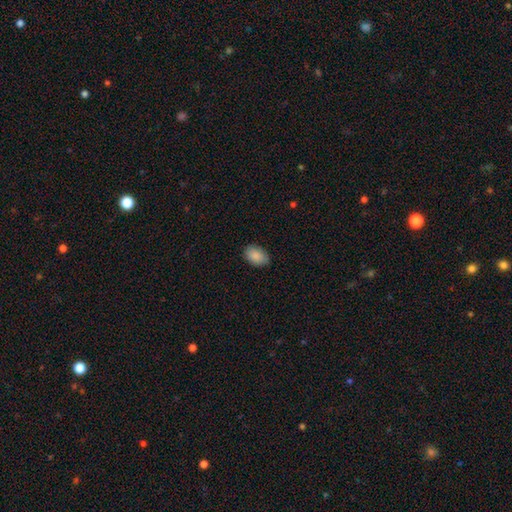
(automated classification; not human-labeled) smooth 89%, star or artifact 7%, featured or disk 5%. Down the decision tree: how rounded — in between (84%); merging — none (83%).